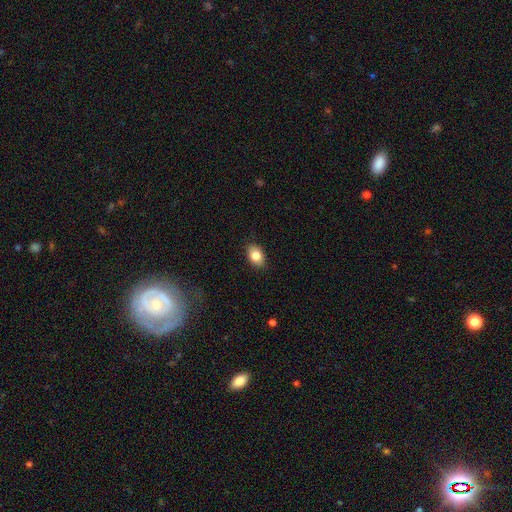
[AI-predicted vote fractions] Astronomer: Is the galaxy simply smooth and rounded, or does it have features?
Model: smooth — 83%.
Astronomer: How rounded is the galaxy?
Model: in between — 85%.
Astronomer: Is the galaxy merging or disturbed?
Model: none — 87%.